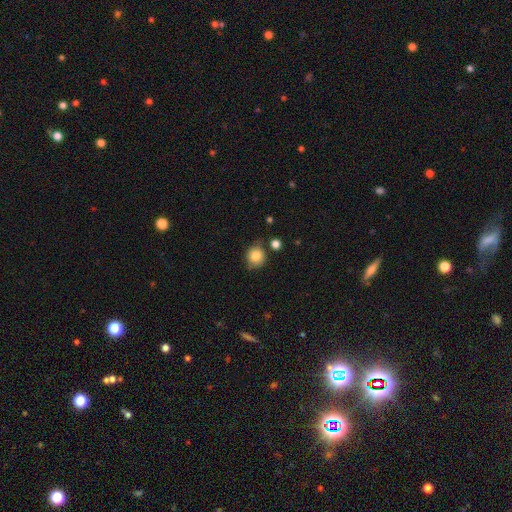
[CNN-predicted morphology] This is clearly a smooth galaxy (83%). How rounded: likely round (79%). Merging: likely none (71%).